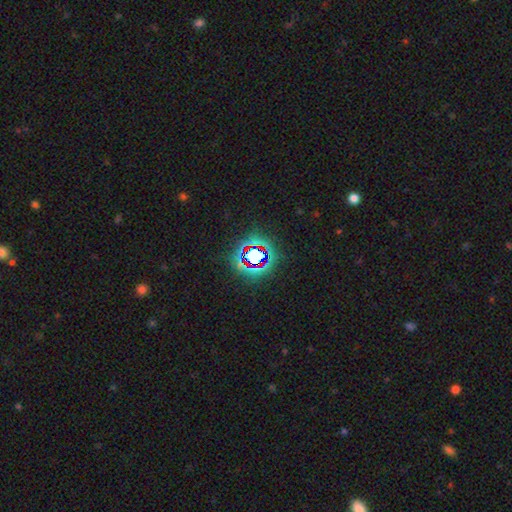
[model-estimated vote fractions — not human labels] This appears to be a star or artifact, not a galaxy (72%).